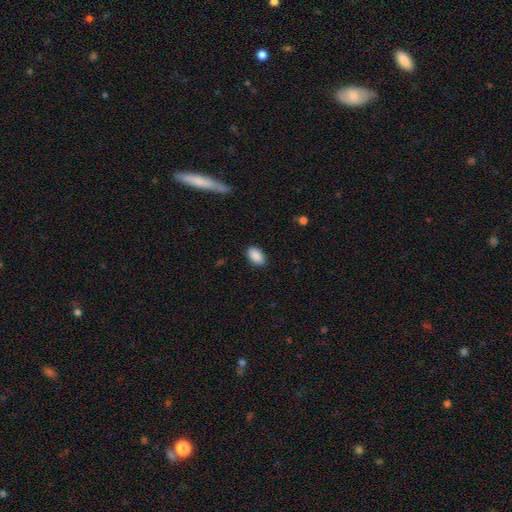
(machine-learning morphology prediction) smooth 90%, star or artifact 7%, featured or disk 3%. Down the decision tree: how rounded — in between (93%); merging — none (87%).